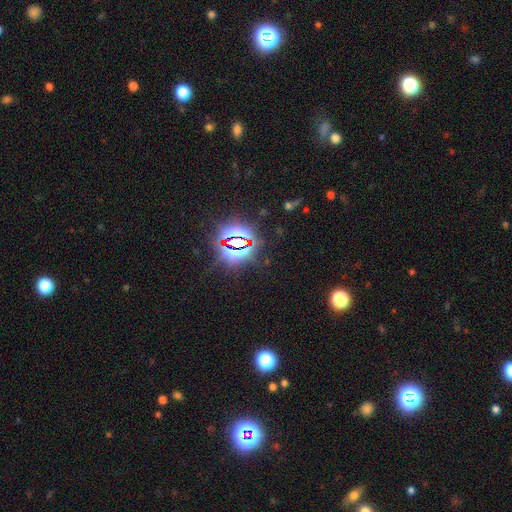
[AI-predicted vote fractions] Overall: star or artifact (81%).